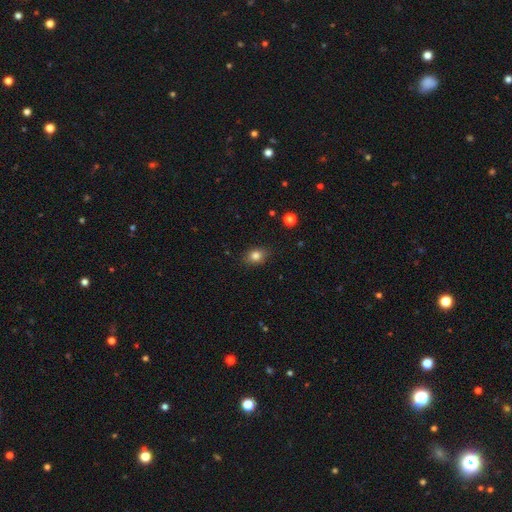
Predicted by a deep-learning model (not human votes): A smooth galaxy with no disk features (82%) that is in between round and cigar-shaped (58%).

Vote fractions:
- Smooth or featured? smooth: 82% / star or artifact: 11% / featured or disk: 7%
- How rounded? in between: 58% / round: 41% / cigar-shaped: 1%
- Merging? none: 85% / minor disturbance: 12% / major disturbance: 3% / merger: 1%